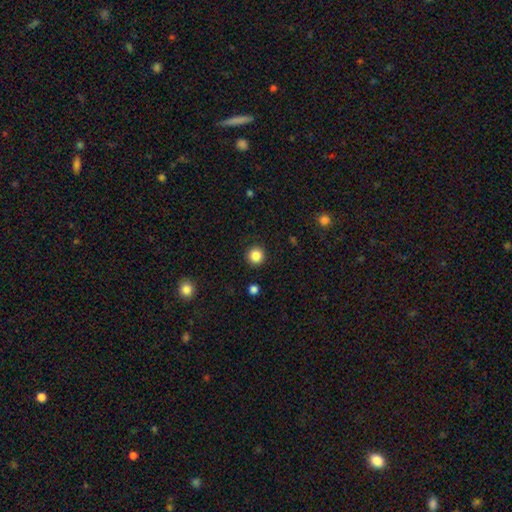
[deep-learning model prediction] smooth-or-featured: smooth: 85% | star or artifact: 11% | featured or disk: 4%
  how-rounded: round: 94% | in between: 5% | cigar-shaped: 1%
  merging: none: 92% | minor disturbance: 5% | major disturbance: 2% | merger: 1%